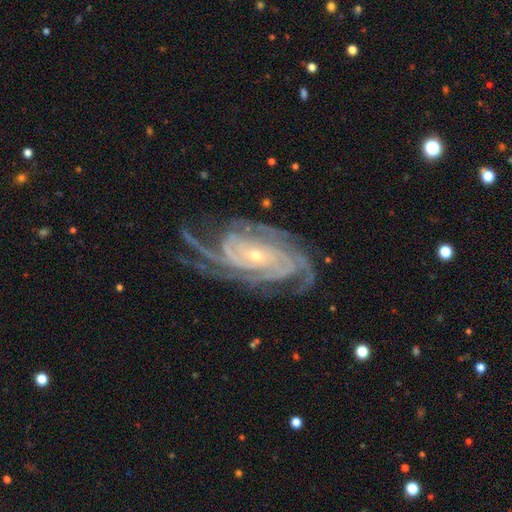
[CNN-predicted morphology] A featured or disk galaxy (93%) with no bar (64%), 4 (32%) tight (71%) spiral arms (98%) and a small central bulge (75%).

Vote fractions:
- Smooth or featured? featured or disk: 93% / star or artifact: 4% / smooth: 3%
- Edge-on disk? no: 97% / yes: 3%
- Bar? no: 64% / weak: 23% / strong: 13%
- Spiral arms? yes: 98% / no: 2%
- Spiral winding? tight: 71% / medium: 25% / loose: 5%
- Spiral arm count? 4: 32% / 3: 21% / more than 4: 14% / can't tell: 13% / 2: 11% / 1: 7%
- Bulge size? small: 75% / moderate: 22% / large: 1% / none: 1% / dominant: 1%
- Merging? none: 66% / minor disturbance: 19% / major disturbance: 13% / merger: 2%